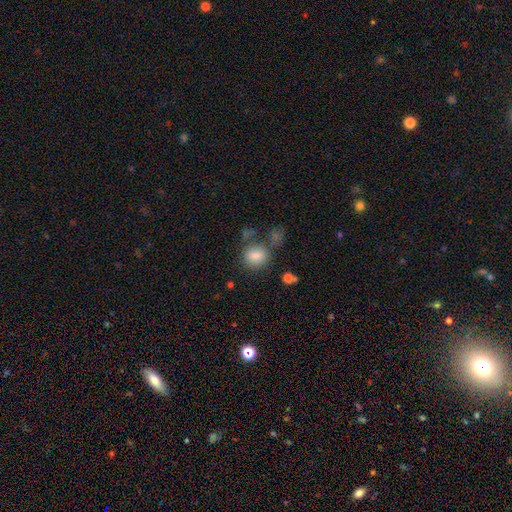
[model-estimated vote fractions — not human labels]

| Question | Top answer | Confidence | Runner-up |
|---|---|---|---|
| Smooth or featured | smooth | 83% | star or artifact (10%) |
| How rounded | round | 63% | in between (36%) |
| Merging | none | 63% | minor disturbance (15%) |